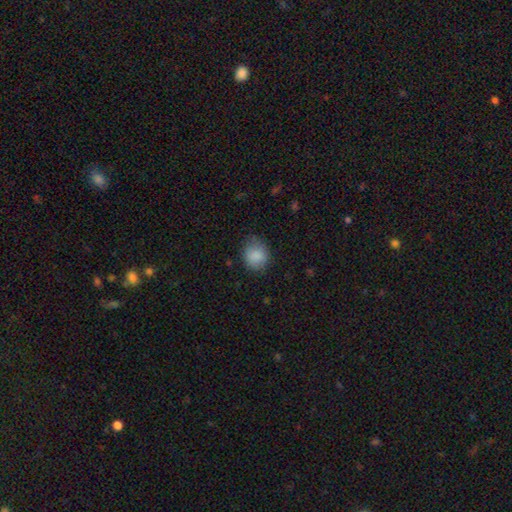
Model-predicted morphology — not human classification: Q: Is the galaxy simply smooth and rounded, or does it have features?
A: smooth — 87%.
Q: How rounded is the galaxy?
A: round — 72%.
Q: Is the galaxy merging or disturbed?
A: none — 70%.